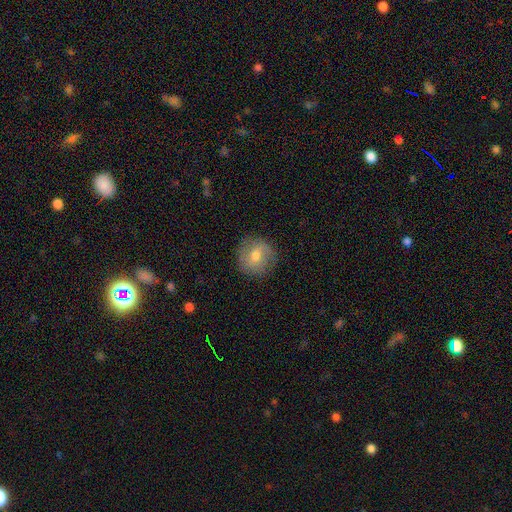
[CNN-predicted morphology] A smooth galaxy with no disk features (52%) that is round (90%).

Vote fractions:
- Smooth or featured? smooth: 52% / featured or disk: 38% / star or artifact: 10%
- How rounded? round: 90% / in between: 9% / cigar-shaped: 1%
- Merging? none: 83% / minor disturbance: 12% / major disturbance: 4% / merger: 1%